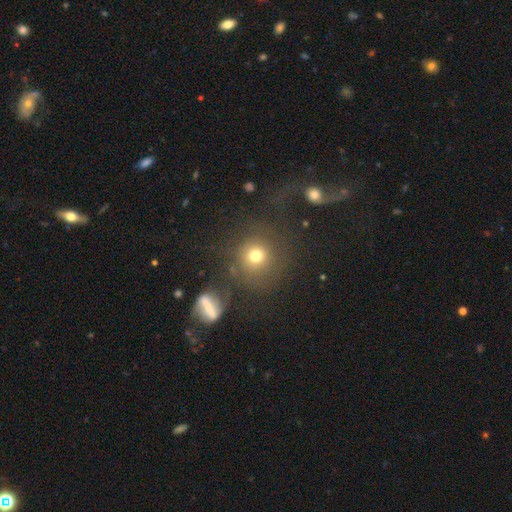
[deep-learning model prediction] Smooth or featured?
  - smooth: 73% *
  - star or artifact: 15%
  - featured or disk: 12%
How rounded?
  - round: 89% *
  - in between: 10%
  - cigar-shaped: 1%
Merging?
  - none: 70% *
  - minor disturbance: 12%
  - major disturbance: 10%
  - merger: 8%